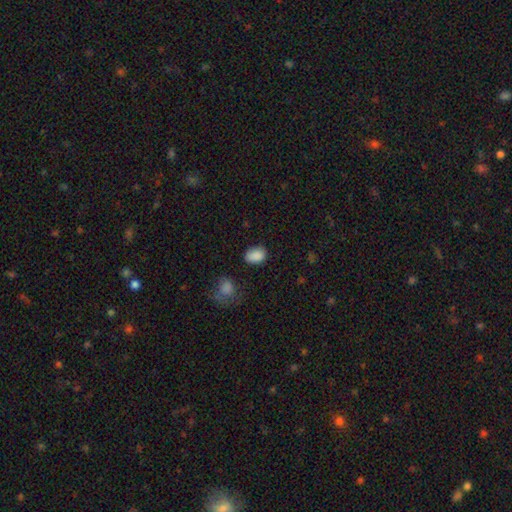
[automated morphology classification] This is clearly a smooth galaxy (88%). How rounded: clearly in between (80%). Merging: likely none (78%).